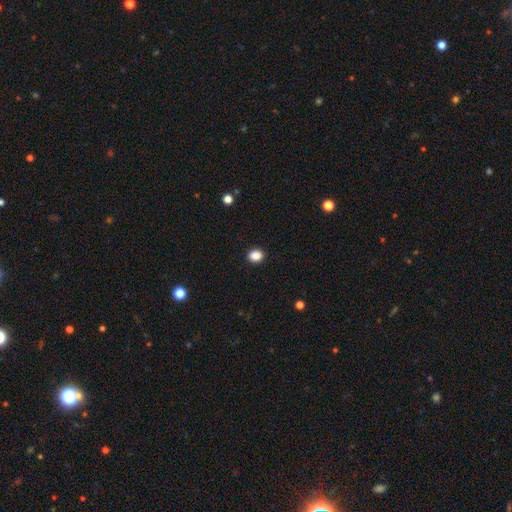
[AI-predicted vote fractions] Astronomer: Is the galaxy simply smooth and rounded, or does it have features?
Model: smooth — 88%.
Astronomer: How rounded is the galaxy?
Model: round — 62%.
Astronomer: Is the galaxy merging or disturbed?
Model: none — 92%.